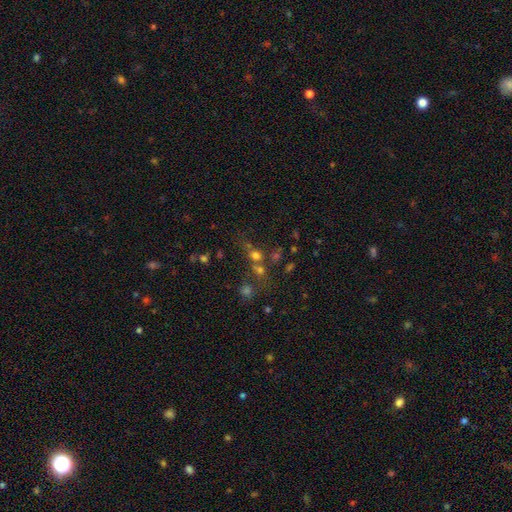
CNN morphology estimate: smooth_or_featured: smooth (p=0.62) [alt: star or artifact p=0.25]
how_rounded: round (p=0.70) [alt: in between p=0.28]
merging: none (p=0.46) [alt: merger p=0.37]